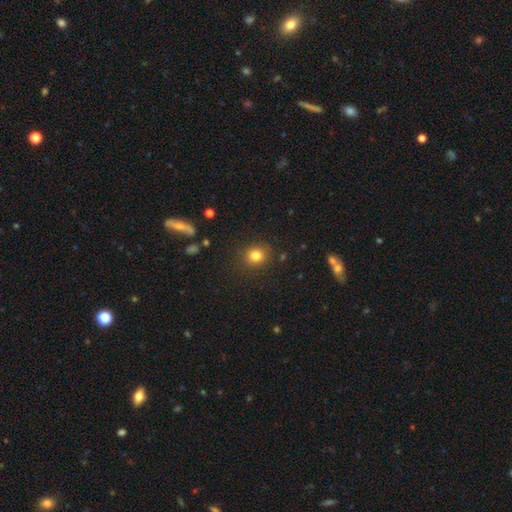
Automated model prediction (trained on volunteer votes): Q: Smooth or featured?
A: smooth (81%); runner-up: star or artifact (13%)
Q: How rounded?
A: round (82%); runner-up: in between (17%)
Q: Merging?
A: none (87%); runner-up: minor disturbance (9%)